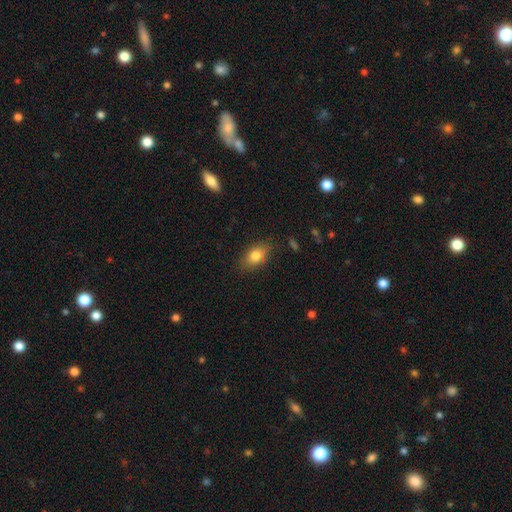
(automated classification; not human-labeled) smooth 81%, featured or disk 11%, star or artifact 8%. Down the decision tree: how rounded — in between (83%); merging — none (80%).